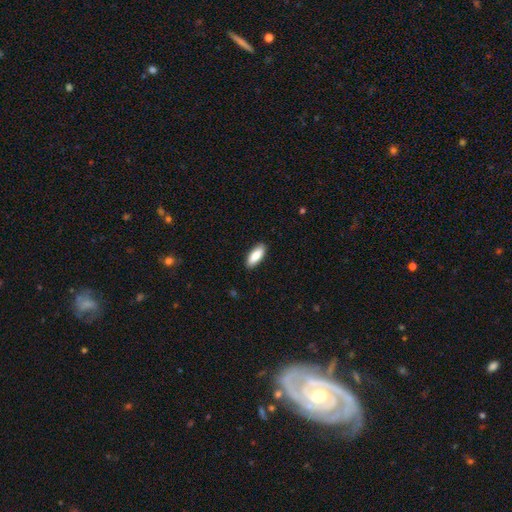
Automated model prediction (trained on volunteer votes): Overall: smooth (84%). How rounded: in between (73%). Merging: none (89%).